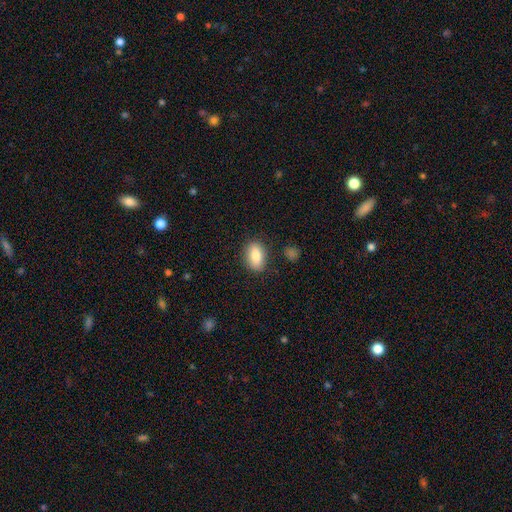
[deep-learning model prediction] Smooth or featured?
  - smooth: 84% *
  - featured or disk: 9%
  - star or artifact: 7%
How rounded?
  - in between: 85% *
  - round: 12%
  - cigar-shaped: 2%
Merging?
  - none: 84% *
  - minor disturbance: 11%
  - major disturbance: 3%
  - merger: 2%